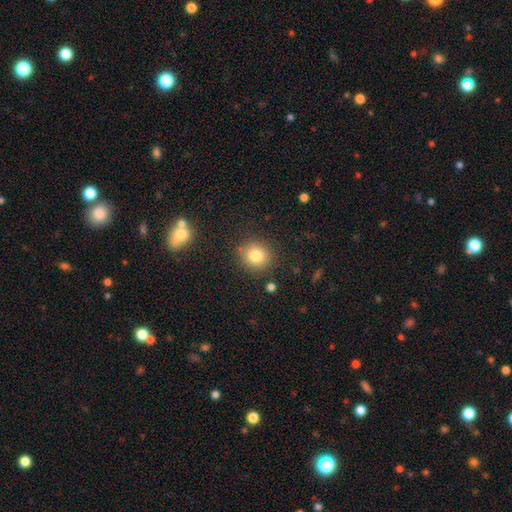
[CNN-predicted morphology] Smooth or featured? smooth (81%)
How rounded? round (88%)
Merging? none (85%)